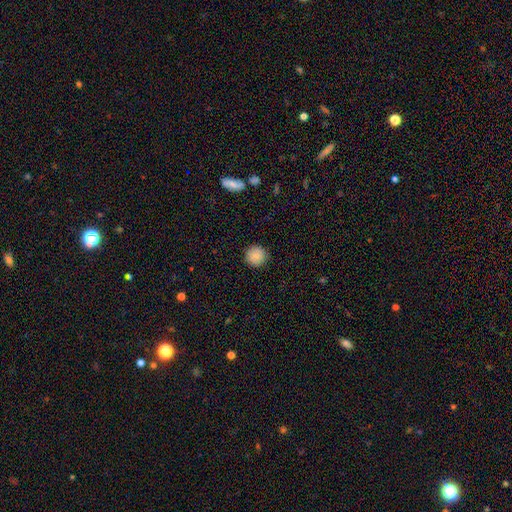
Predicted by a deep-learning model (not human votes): smooth-or-featured: smooth: 86% | star or artifact: 9% | featured or disk: 5%
  how-rounded: round: 93% | in between: 6% | cigar-shaped: 1%
  merging: none: 90% | minor disturbance: 7% | major disturbance: 2% | merger: 1%